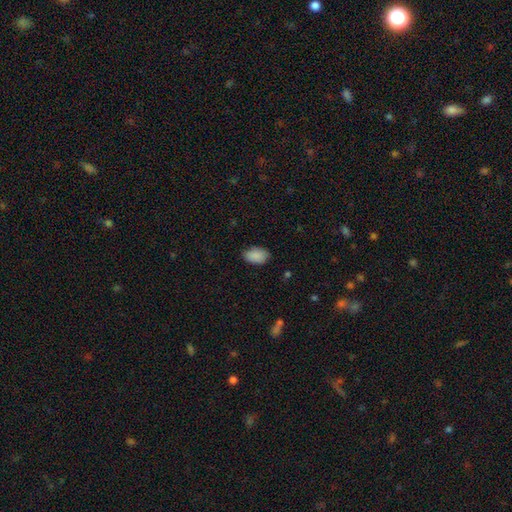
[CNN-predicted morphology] smooth_or_featured: smooth (p=0.89) [alt: star or artifact p=0.07]
how_rounded: in between (p=0.90) [alt: round p=0.09]
merging: none (p=0.81) [alt: minor disturbance p=0.15]